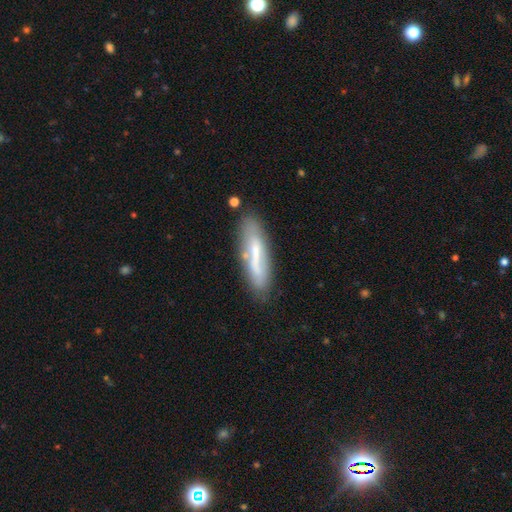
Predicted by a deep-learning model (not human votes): The model was most divided on "smooth or featured": smooth: 49%, featured or disk: 43%, star or artifact: 8%. More confident: merging — none (71%).